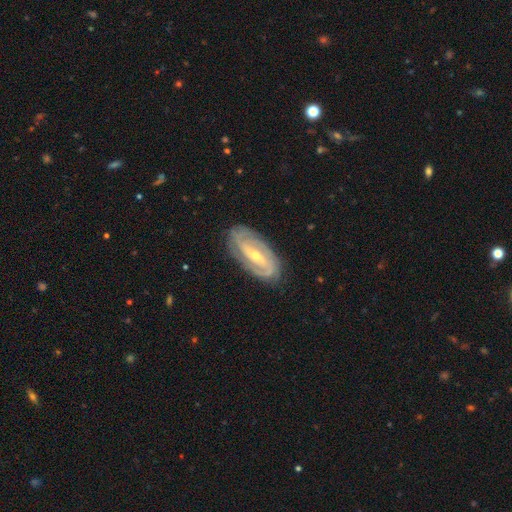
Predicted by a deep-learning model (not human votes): A featured or disk galaxy (87%) with a strong bar (42%), 2 (62%) tight (53%) spiral arms (95%) and a small central bulge (66%). Merging: none (82%).